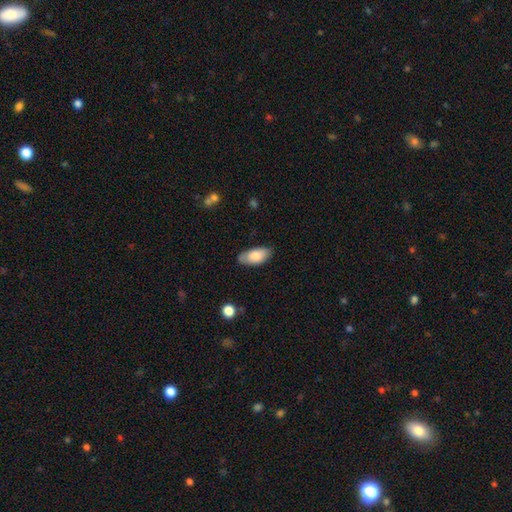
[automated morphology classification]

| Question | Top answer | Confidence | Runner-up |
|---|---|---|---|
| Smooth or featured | smooth | 81% | featured or disk (13%) |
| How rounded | in between | 91% | cigar-shaped (7%) |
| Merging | none | 78% | minor disturbance (18%) |